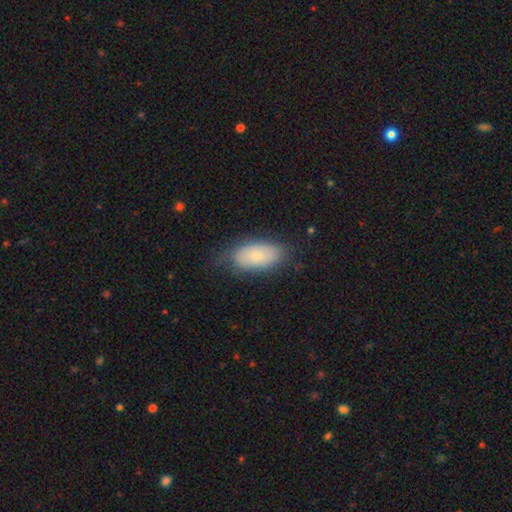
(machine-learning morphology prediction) A smooth galaxy with no disk features (77%) that is in between round and cigar-shaped (92%). Merging: none (69%).